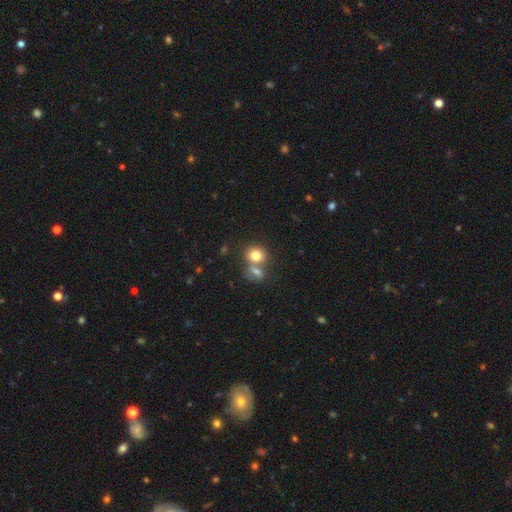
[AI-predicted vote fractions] smooth_or_featured: smooth (p=0.78) [alt: featured or disk p=0.11]
how_rounded: round (p=0.69) [alt: in between p=0.30]
merging: merger (p=0.45) [alt: none p=0.43]